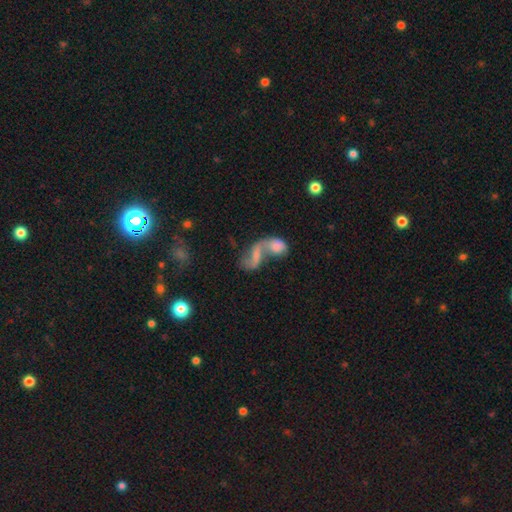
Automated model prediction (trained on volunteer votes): Smooth or featured? Predicted: featured or disk (p=0.59). Edge-on disk? Predicted: no (p=0.95). Bar? Predicted: no (p=0.40). Spiral arms? Predicted: yes (p=0.73). Bulge size? Predicted: small (p=0.37). Merging? Predicted: merger (p=0.69).